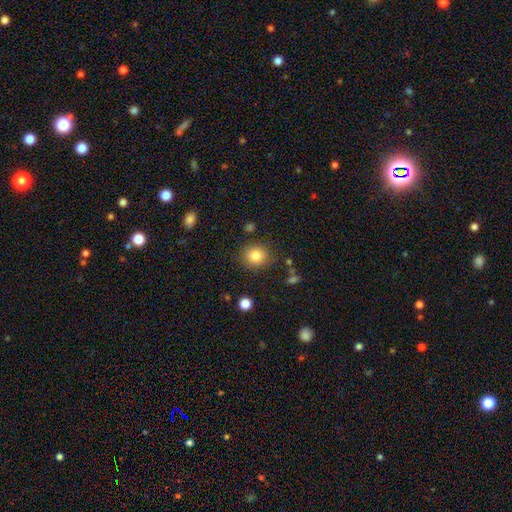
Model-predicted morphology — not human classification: smooth-or-featured: smooth: 83% | star or artifact: 10% | featured or disk: 7%
  how-rounded: round: 84% | in between: 15% | cigar-shaped: 1%
  merging: none: 86% | minor disturbance: 9% | major disturbance: 3% | merger: 2%